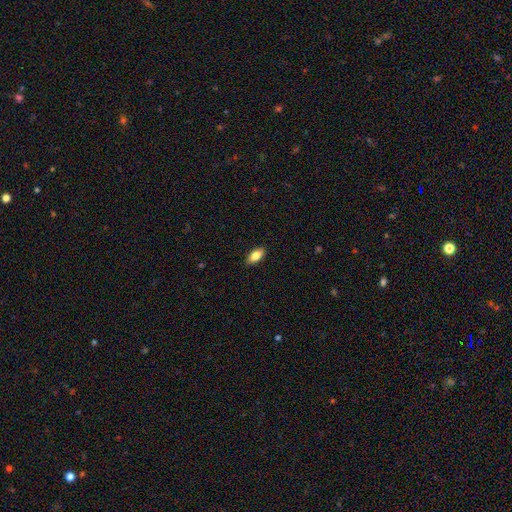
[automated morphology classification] This is clearly a smooth galaxy (81%). How rounded: clearly in between (88%). Merging: clearly none (88%).